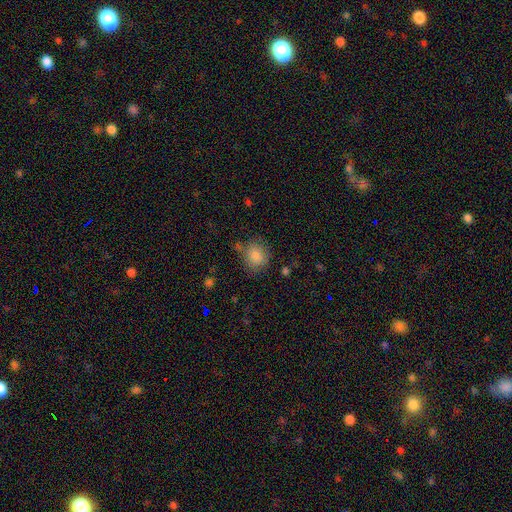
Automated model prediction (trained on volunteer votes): Smooth or featured? Predicted: smooth (p=0.85). How rounded? Predicted: round (p=0.76). Merging? Predicted: none (p=0.73).